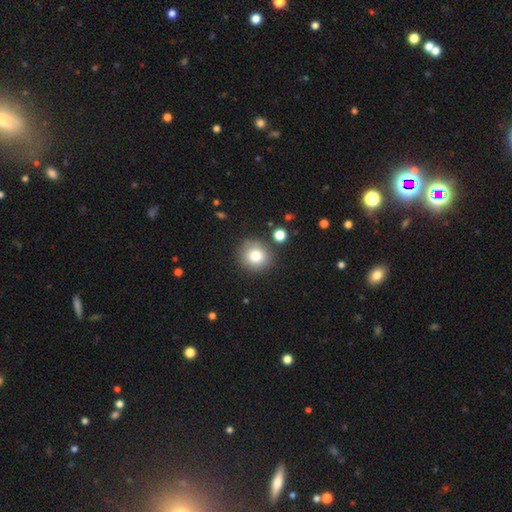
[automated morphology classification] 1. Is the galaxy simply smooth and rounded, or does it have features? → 79% smooth, 12% star or artifact, 10% featured or disk.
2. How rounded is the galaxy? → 88% round, 11% in between, 1% cigar-shaped.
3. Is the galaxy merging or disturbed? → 83% none, 9% minor disturbance, 5% merger, 3% major disturbance.